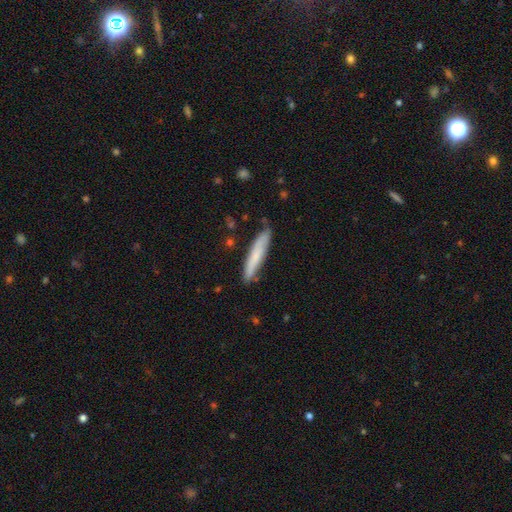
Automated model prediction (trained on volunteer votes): Overall: smooth (68%). How rounded: cigar-shaped (92%). Merging: none (82%).